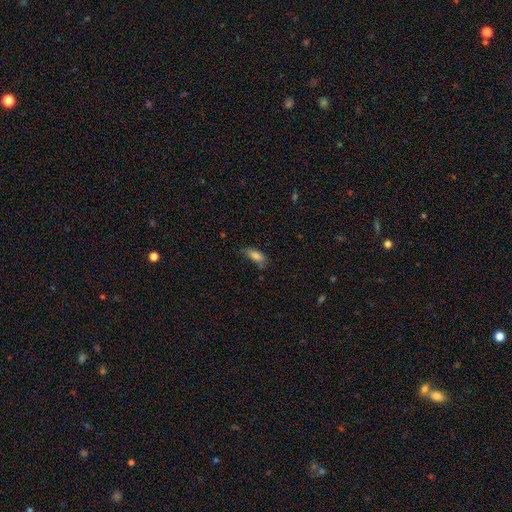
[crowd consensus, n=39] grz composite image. It shows a smooth galaxy with no disk features (79%) that is in between round and cigar-shaped (87%). Merging: none (56%).